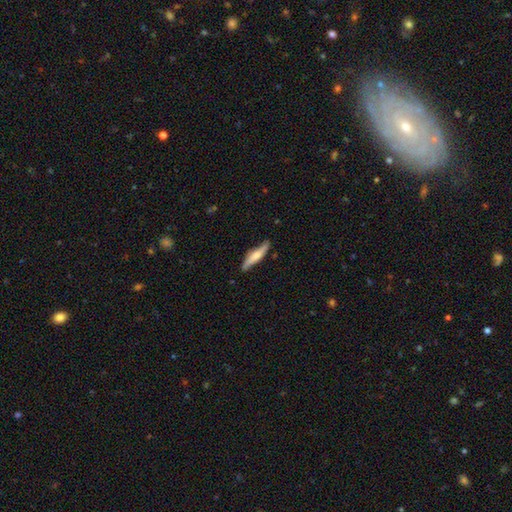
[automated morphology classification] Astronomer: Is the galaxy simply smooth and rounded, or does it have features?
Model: smooth — 48% (runner-up: featured or disk, 47%).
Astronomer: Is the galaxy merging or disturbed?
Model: none — 80%.